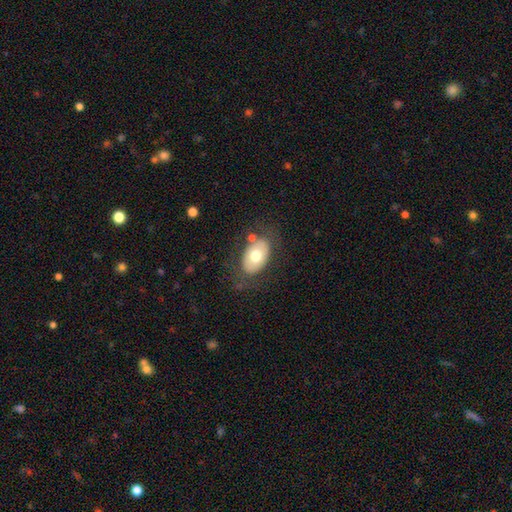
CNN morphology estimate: Smooth or featured: smooth — 65% (featured or disk — 28%)
How rounded: in between — 88% (round — 11%)
Merging: none — 73% (minor disturbance — 15%)